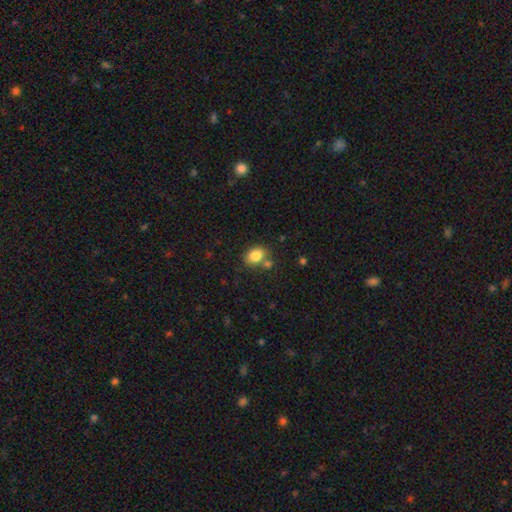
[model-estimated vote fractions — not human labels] Smooth or featured? Predicted: smooth (p=0.83). How rounded? Predicted: in between (p=0.64). Merging? Predicted: none (p=0.64).